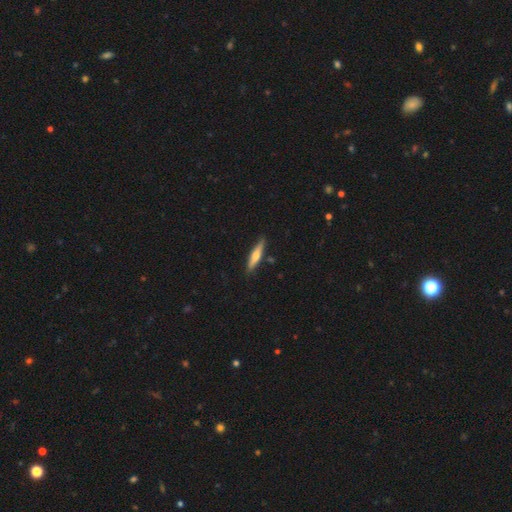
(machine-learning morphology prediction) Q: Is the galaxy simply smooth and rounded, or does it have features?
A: smooth — 49%.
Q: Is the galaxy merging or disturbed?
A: none — 87%.